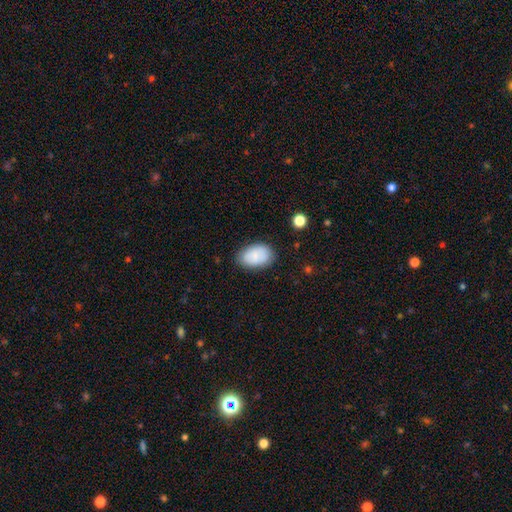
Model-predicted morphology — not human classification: Q: Smooth or featured?
A: smooth (81%); runner-up: featured or disk (12%)
Q: How rounded?
A: in between (90%); runner-up: round (9%)
Q: Merging?
A: none (80%); runner-up: minor disturbance (15%)